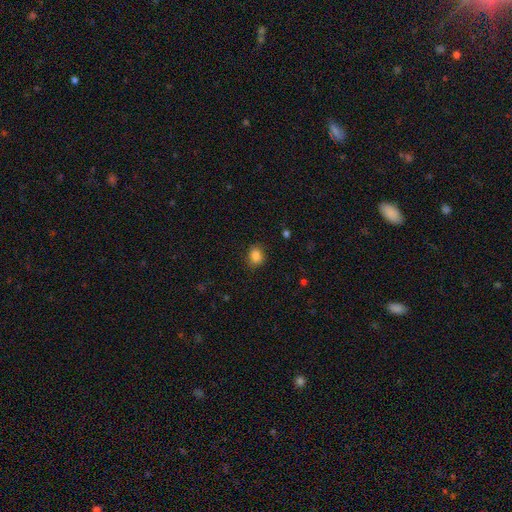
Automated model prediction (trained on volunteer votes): This appears to be a smooth galaxy with no disk features (86%) that is round (51%). Merging: none (83%).